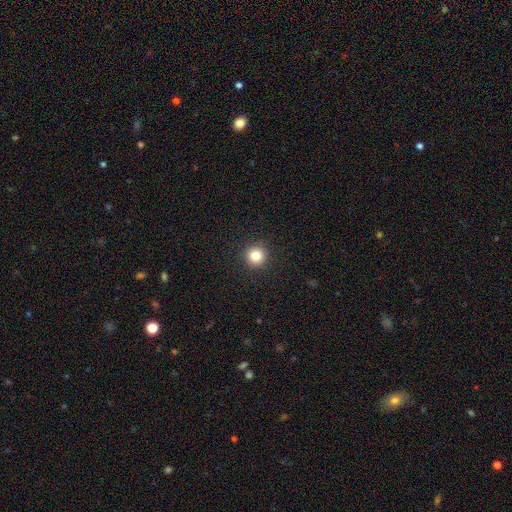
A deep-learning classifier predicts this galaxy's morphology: smooth-or-featured: smooth: 83% | star or artifact: 11% | featured or disk: 5%
  how-rounded: round: 95% | in between: 4% | cigar-shaped: 1%
  merging: none: 92% | minor disturbance: 5% | major disturbance: 2% | merger: 1%